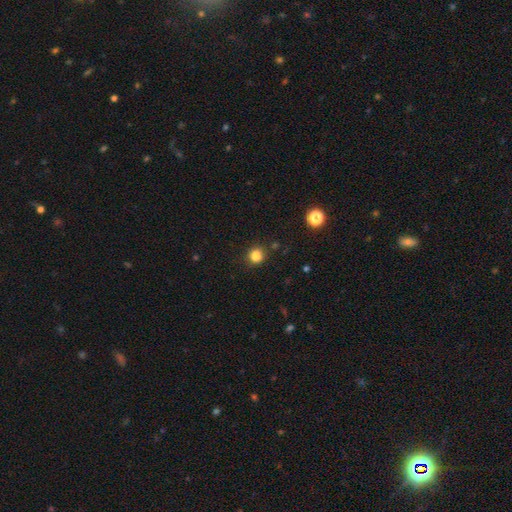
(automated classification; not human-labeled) Smooth or featured: smooth — 80% (star or artifact — 13%)
How rounded: round — 76% (in between — 23%)
Merging: none — 65% (minor disturbance — 16%)